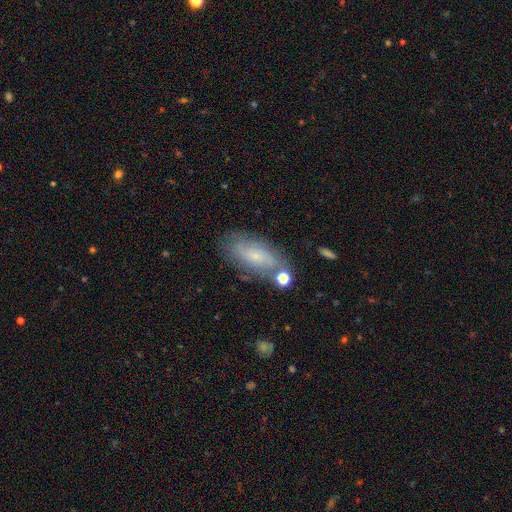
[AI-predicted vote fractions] The model was most divided on "smooth or featured": smooth: 48%, featured or disk: 42%, star or artifact: 10%. More confident: merging — none (68%).